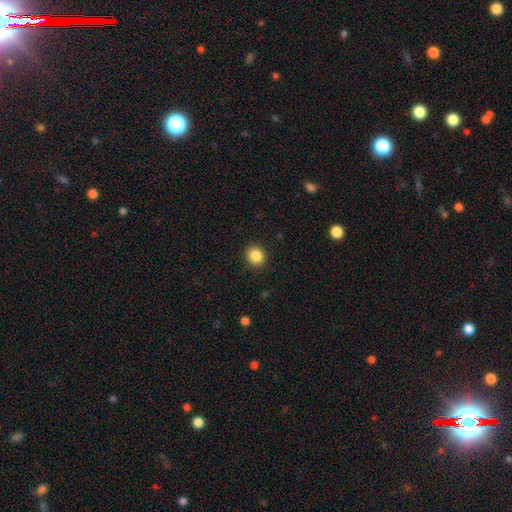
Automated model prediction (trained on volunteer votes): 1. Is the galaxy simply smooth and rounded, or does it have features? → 86% smooth, 10% star or artifact, 4% featured or disk.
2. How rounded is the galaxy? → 80% round, 19% in between, 1% cigar-shaped.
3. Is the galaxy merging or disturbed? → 90% none, 7% minor disturbance, 2% major disturbance, 1% merger.